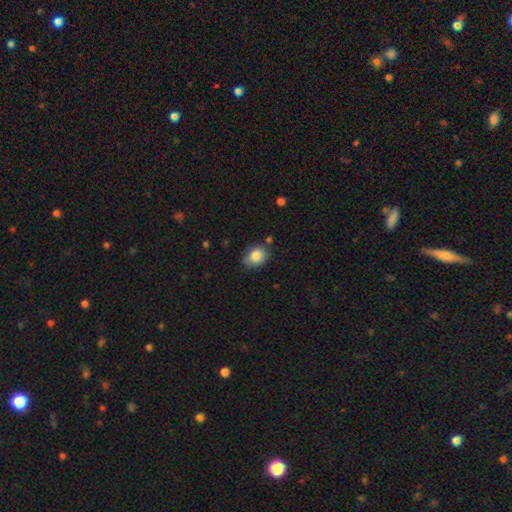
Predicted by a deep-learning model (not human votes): This appears to be a smooth galaxy with no disk features (85%) that is in between round and cigar-shaped (53%). Merging: none (68%).